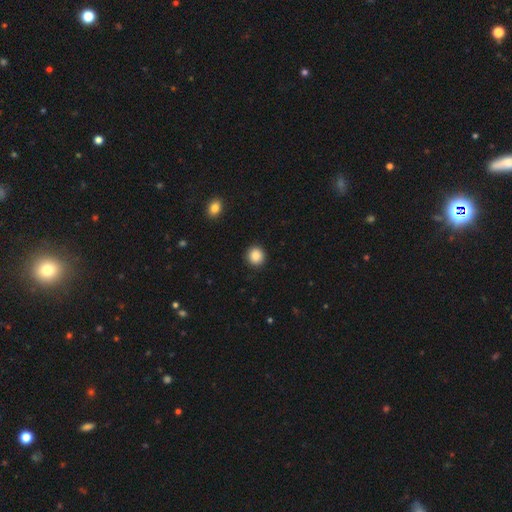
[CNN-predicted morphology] Smooth or featured? Predicted: smooth (p=0.87). How rounded? Predicted: round (p=0.92). Merging? Predicted: none (p=0.92).